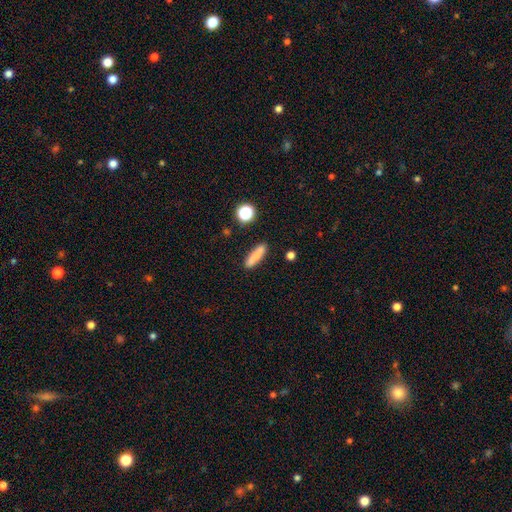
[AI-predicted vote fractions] Morphology: type=smooth (81%); roundness=cigar-shaped (81%); merging=none (86%).